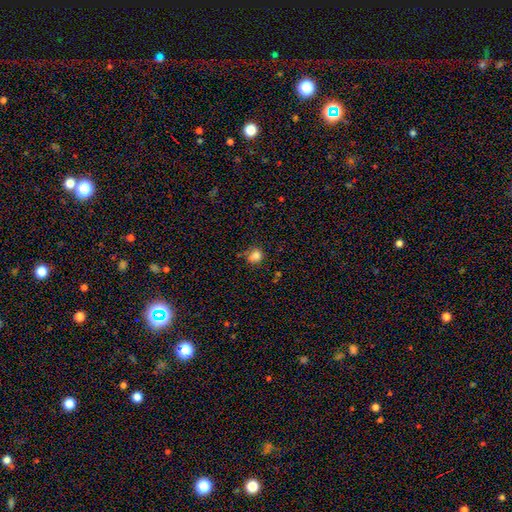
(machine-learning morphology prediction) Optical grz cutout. It shows a smooth galaxy with no disk features (81%) that is round (81%). Merging: none (67%).